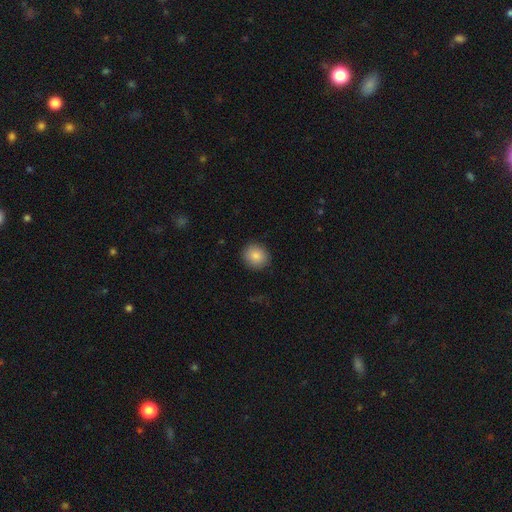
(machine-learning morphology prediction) type=smooth (86%); roundness=round (86%); merging=none (90%).